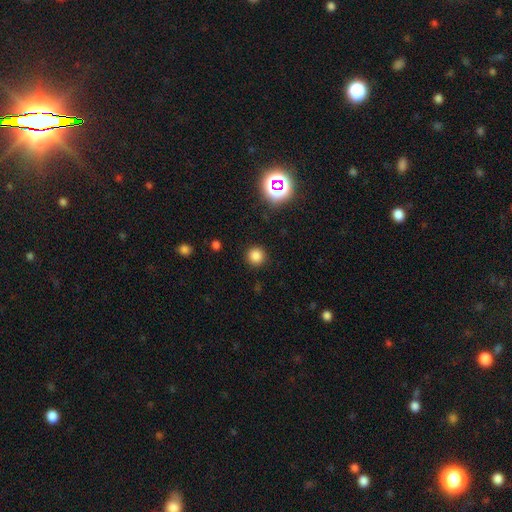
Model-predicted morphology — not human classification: type=smooth (80%); roundness=round (94%); merging=none (91%).